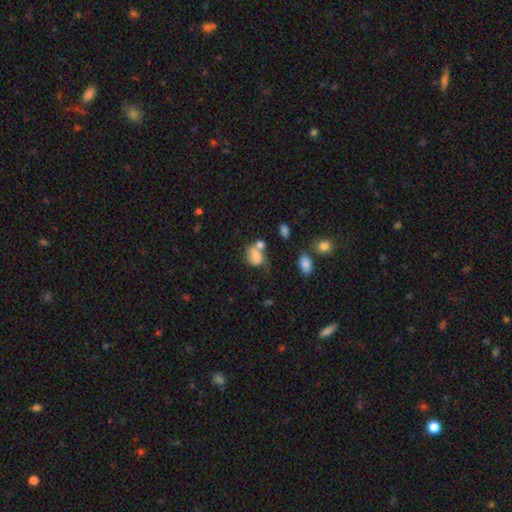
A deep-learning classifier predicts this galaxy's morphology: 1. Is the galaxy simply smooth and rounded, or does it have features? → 64% smooth, 24% featured or disk, 12% star or artifact.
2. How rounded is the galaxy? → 70% in between, 28% round, 2% cigar-shaped.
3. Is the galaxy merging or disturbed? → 34% merger, 28% none, 20% minor disturbance, 18% major disturbance.